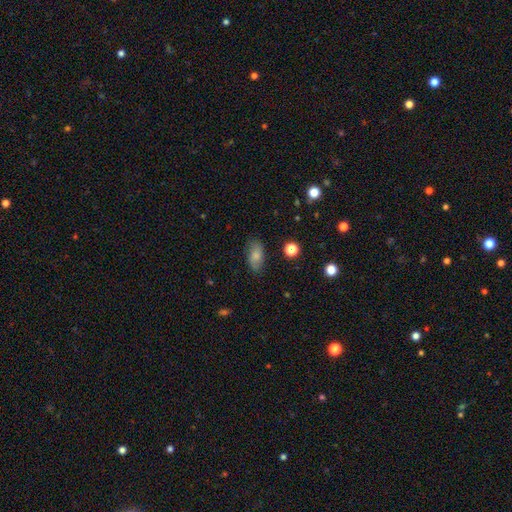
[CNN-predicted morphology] Smooth or featured?
  - smooth: 72% *
  - featured or disk: 18%
  - star or artifact: 10%
How rounded?
  - in between: 90% *
  - round: 6%
  - cigar-shaped: 4%
Merging?
  - none: 78% *
  - minor disturbance: 16%
  - major disturbance: 4%
  - merger: 2%